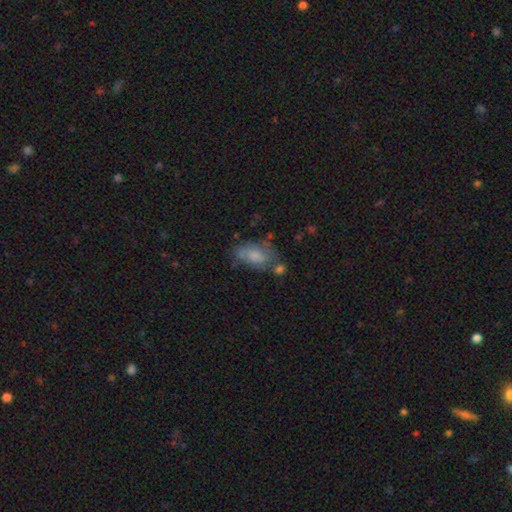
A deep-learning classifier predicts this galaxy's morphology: Q: Smooth or featured?
A: smooth (73%); runner-up: featured or disk (19%)
Q: How rounded?
A: in between (91%); runner-up: round (6%)
Q: Merging?
A: none (45%); runner-up: minor disturbance (26%)